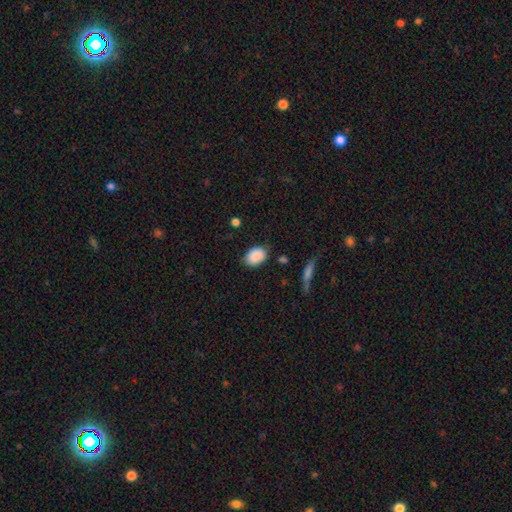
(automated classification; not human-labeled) Smooth or featured? smooth (89%)
How rounded? in between (80%)
Merging? none (80%)